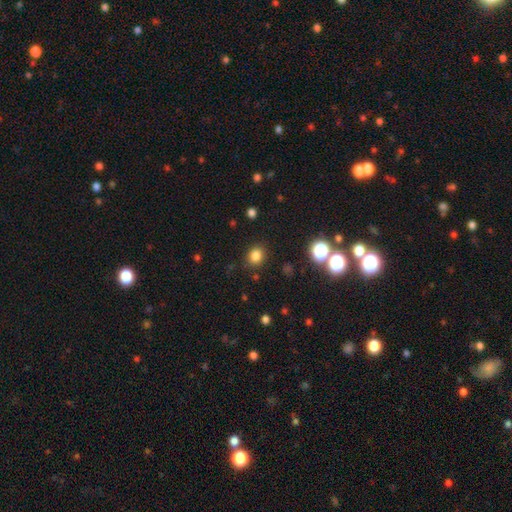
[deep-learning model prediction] This appears to be a smooth galaxy with no disk features (81%) that is round (69%). Merging: none (86%).